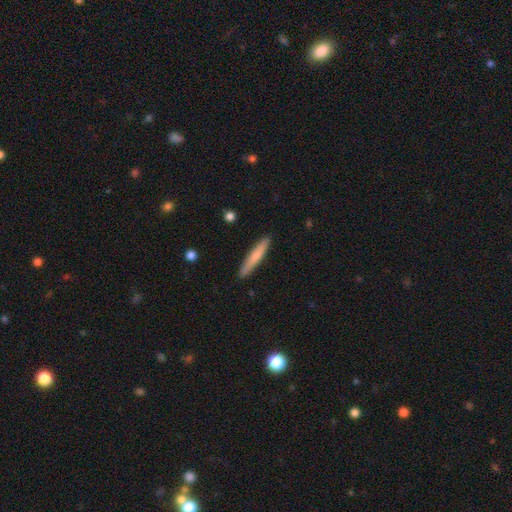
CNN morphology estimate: type=smooth (71%); roundness=cigar-shaped (93%); merging=none (90%).